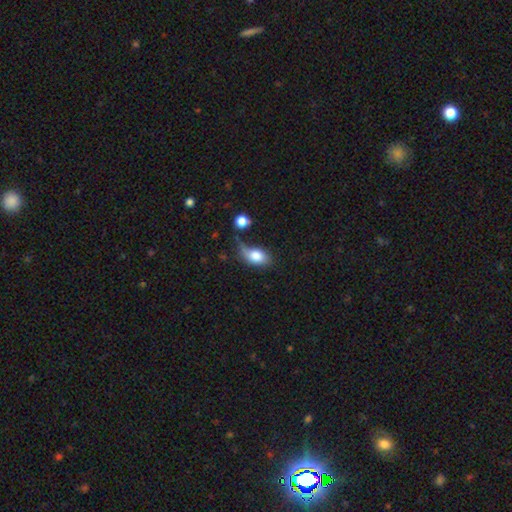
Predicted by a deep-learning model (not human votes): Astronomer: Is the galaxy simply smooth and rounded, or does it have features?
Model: smooth — 80%.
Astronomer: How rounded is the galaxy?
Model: in between — 86%.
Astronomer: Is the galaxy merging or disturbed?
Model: none — 41% (runner-up: minor disturbance, 30%).